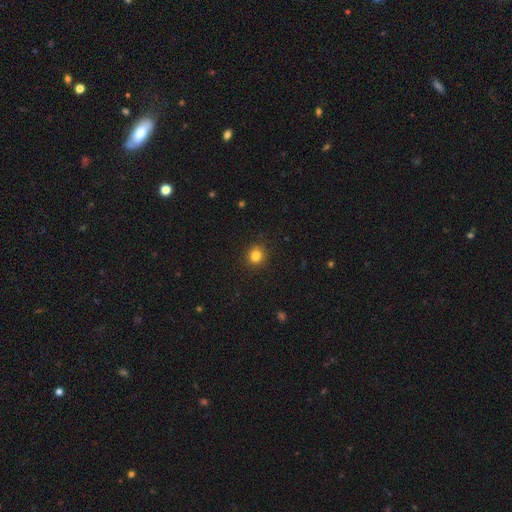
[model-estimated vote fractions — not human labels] Smooth or featured? Predicted: smooth (p=0.84). How rounded? Predicted: round (p=0.84). Merging? Predicted: none (p=0.88).